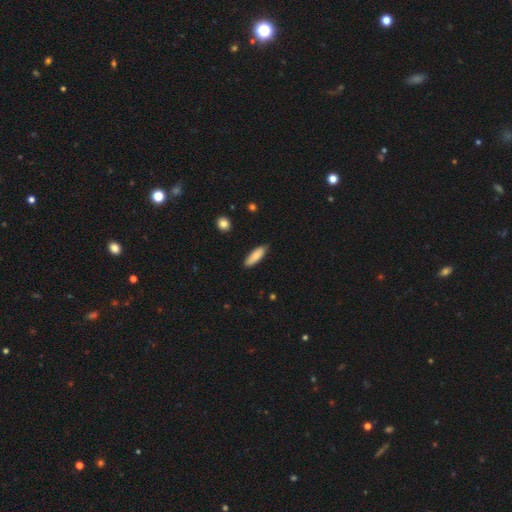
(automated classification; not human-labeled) smooth_or_featured: smooth (p=0.81) [alt: featured or disk p=0.13]
how_rounded: in between (p=0.51) [alt: cigar-shaped p=0.47]
merging: none (p=0.82) [alt: minor disturbance p=0.14]